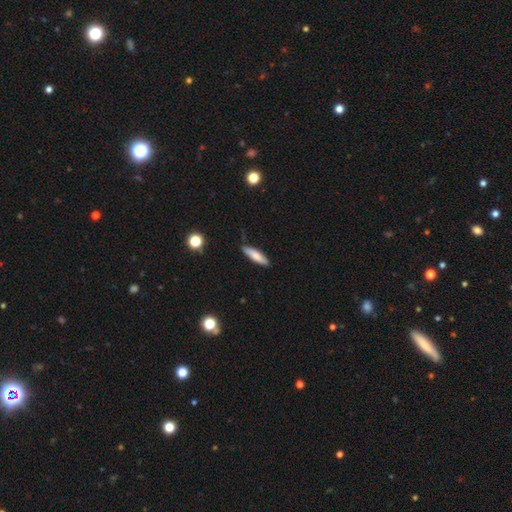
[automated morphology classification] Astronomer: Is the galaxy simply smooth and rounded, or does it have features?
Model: smooth — 78%.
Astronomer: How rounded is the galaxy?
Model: cigar-shaped — 69%.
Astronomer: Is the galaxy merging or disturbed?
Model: none — 82%.